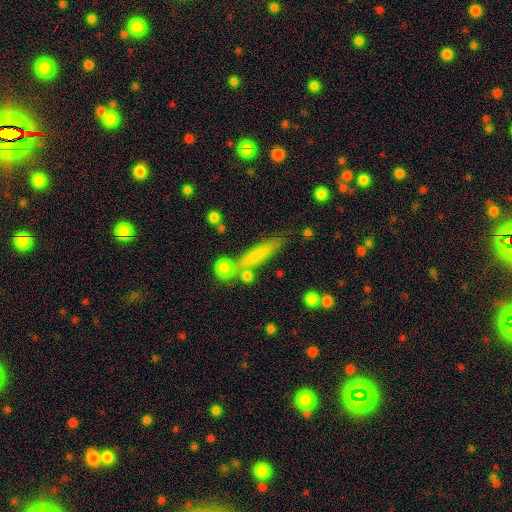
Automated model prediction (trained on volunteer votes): smooth-or-featured: smooth: 69% | featured or disk: 22% | star or artifact: 9%
  how-rounded: cigar-shaped: 85% | in between: 11% | round: 3%
  merging: none: 71% | minor disturbance: 14% | merger: 11% | major disturbance: 5%